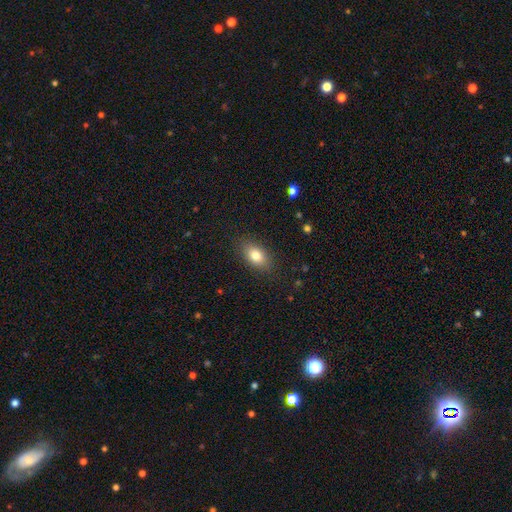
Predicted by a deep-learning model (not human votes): smooth 80%, featured or disk 11%, star or artifact 9%. Down the decision tree: how rounded — in between (85%); merging — none (86%).